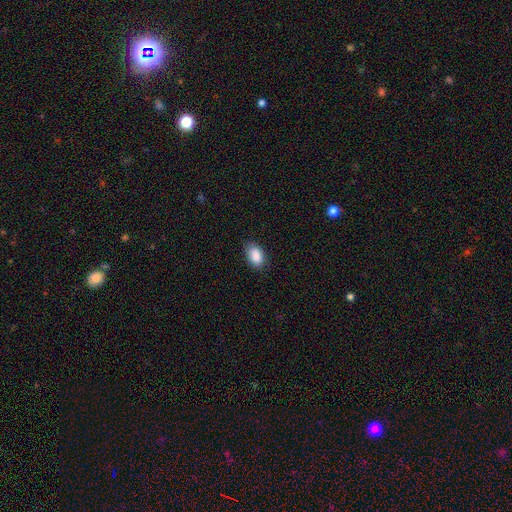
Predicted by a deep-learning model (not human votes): The model was most divided on "merging": none: 80%, minor disturbance: 16%, major disturbance: 3%, merger: 1%. More confident: how rounded — in between (90%); smooth or featured — smooth (89%).